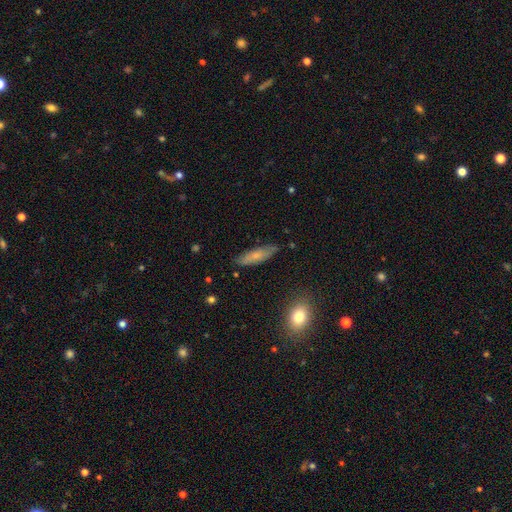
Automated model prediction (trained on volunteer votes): This appears to be a smooth galaxy with no disk features (67%) that is cigar-shaped (62%). Merging: none (82%).